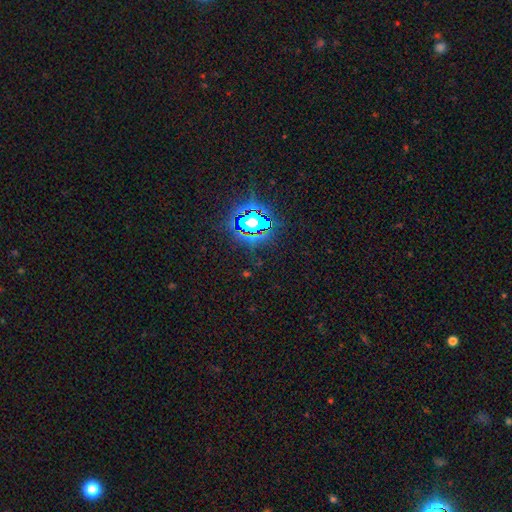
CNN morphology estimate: star or artifact 81%, smooth 11%, featured or disk 8%.